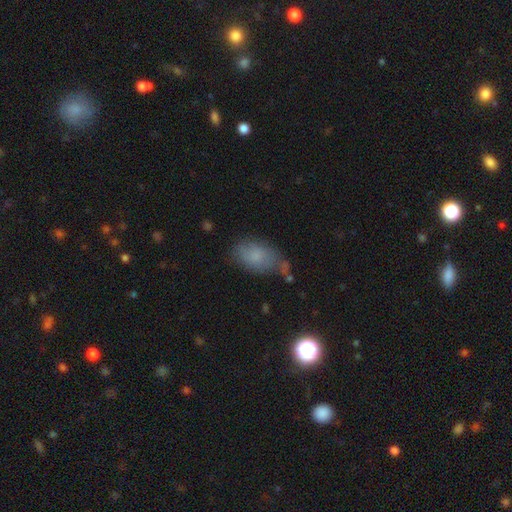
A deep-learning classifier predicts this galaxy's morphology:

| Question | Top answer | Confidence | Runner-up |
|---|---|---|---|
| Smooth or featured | smooth | 72% | featured or disk (18%) |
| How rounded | in between | 90% | round (7%) |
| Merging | none | 55% | minor disturbance (29%) |